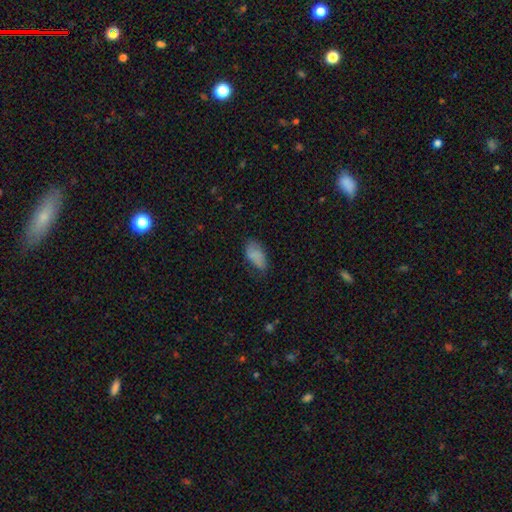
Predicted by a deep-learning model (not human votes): Overall: smooth (80%). How rounded: in between (93%). Merging: none (52%; minor disturbance 33%).